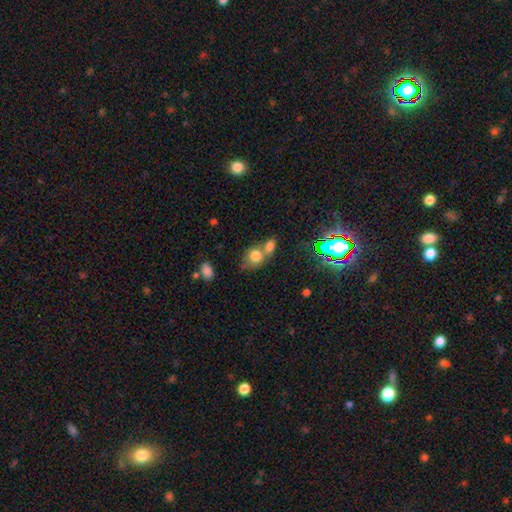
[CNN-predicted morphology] The model was most divided on "how rounded": round: 58%, in between: 41%, cigar-shaped: 2%. More confident: smooth or featured — smooth (76%); merging — merger (56%).